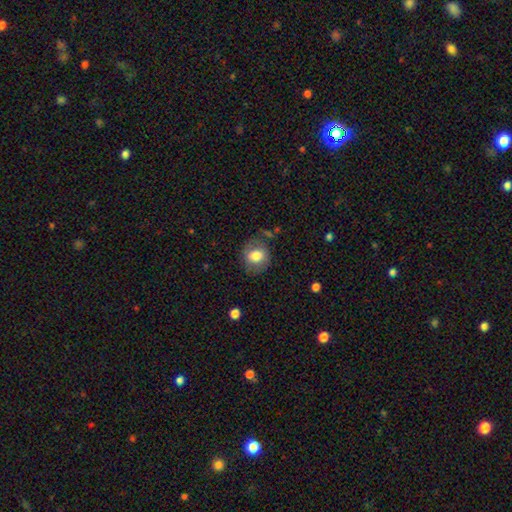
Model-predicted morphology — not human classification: This is likely a smooth galaxy (76%). How rounded: likely round (68%). Merging: likely none (75%).